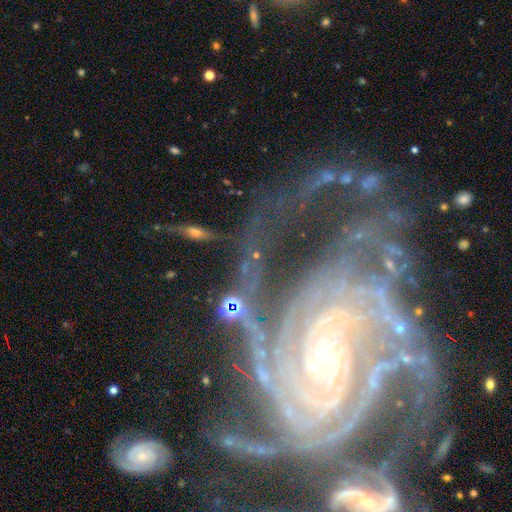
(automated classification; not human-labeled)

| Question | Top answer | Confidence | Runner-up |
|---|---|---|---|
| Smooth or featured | featured or disk | 66% | star or artifact (20%) |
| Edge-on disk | no | 84% | yes (16%) |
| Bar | no | 45% | weak (30%) |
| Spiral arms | yes | 88% | no (12%) |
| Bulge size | small | 53% | moderate (30%) |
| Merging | none | 55% | minor disturbance (18%) |